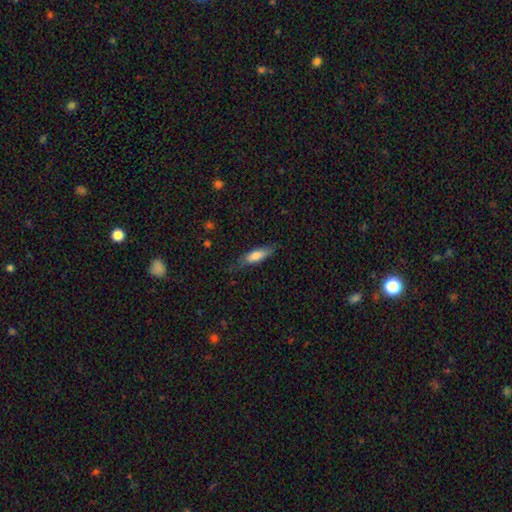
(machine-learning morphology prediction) Overall: smooth (73%). How rounded: cigar-shaped (50%; in between 48%). Merging: none (69%).